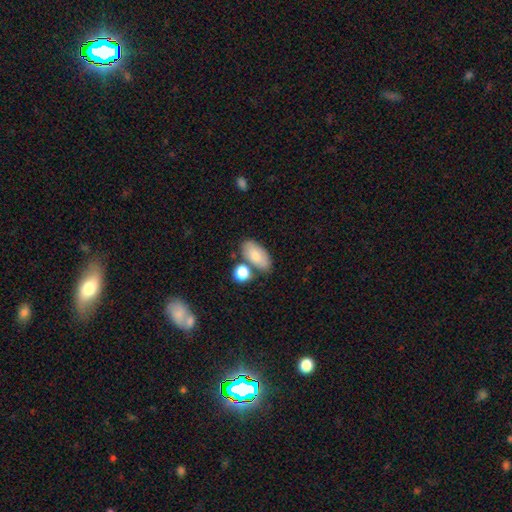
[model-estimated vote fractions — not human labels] This is likely a smooth galaxy (79%). How rounded: clearly in between (92%). Merging: likely none (65%).